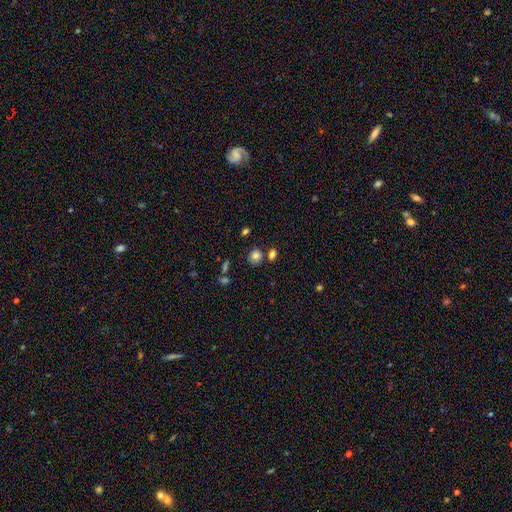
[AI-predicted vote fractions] A smooth galaxy with no disk features (79%) that is round (76%).

Vote fractions:
- Smooth or featured? smooth: 79% / star or artifact: 12% / featured or disk: 9%
- How rounded? round: 76% / in between: 23% / cigar-shaped: 1%
- Merging? none: 74% / merger: 12% / minor disturbance: 10% / major disturbance: 3%